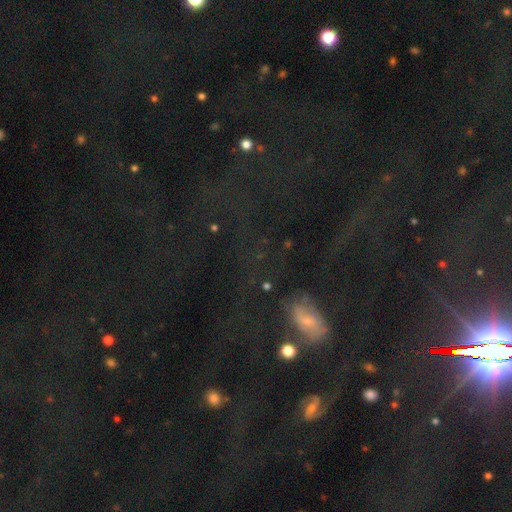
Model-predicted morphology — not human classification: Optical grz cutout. It shows a star or artifact, not a galaxy (67%).